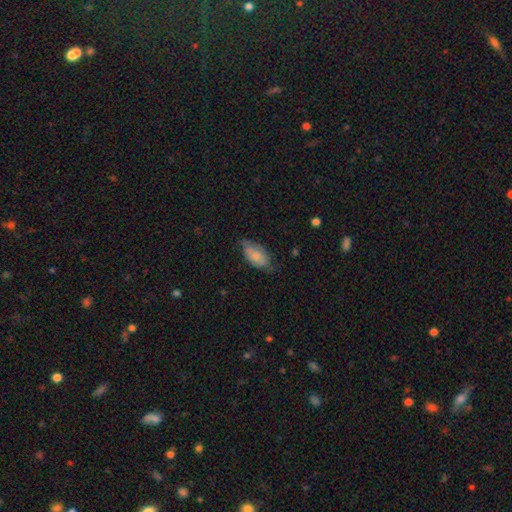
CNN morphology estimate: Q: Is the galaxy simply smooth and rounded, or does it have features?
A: smooth — 72%.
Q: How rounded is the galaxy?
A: in between — 93%.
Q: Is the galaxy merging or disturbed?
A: none — 54%.